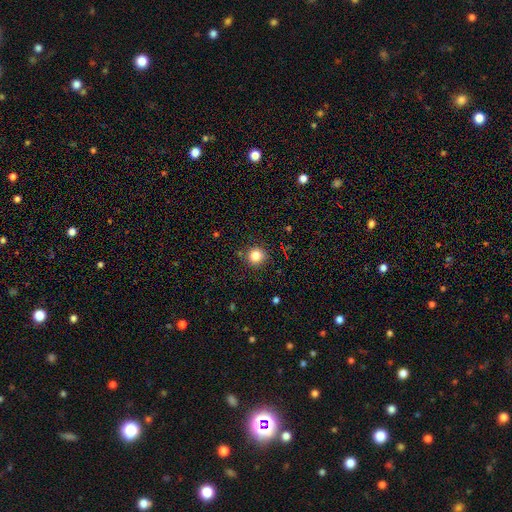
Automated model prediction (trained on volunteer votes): This appears to be a smooth galaxy with no disk features (82%) that is round (93%). Merging: none (89%).